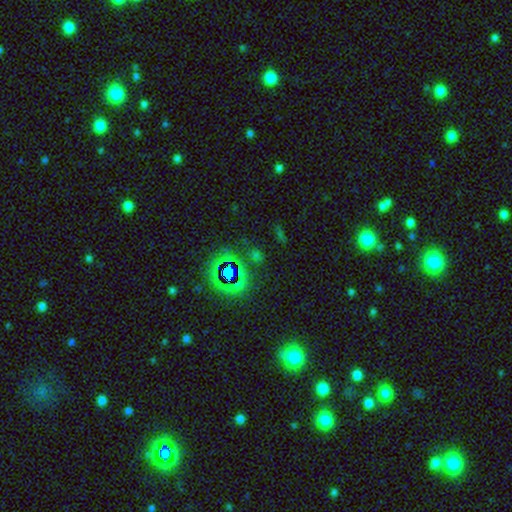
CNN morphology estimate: A star or artifact, not a galaxy (64%).